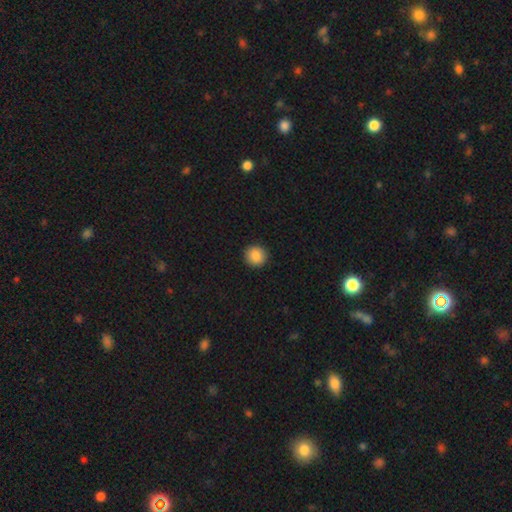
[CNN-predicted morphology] This is clearly a smooth galaxy (87%). How rounded: clearly round (93%). Merging: clearly none (93%).